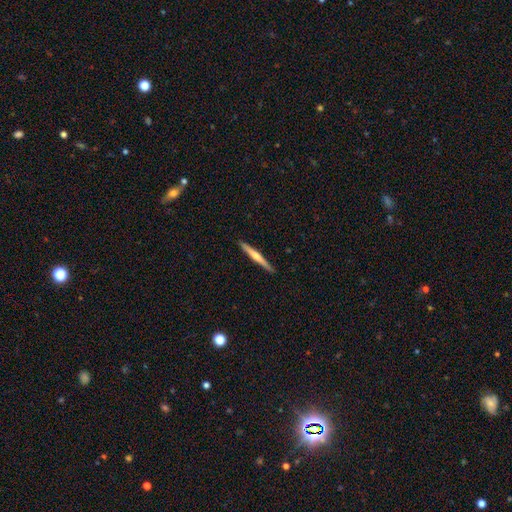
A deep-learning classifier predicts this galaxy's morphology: A featured or disk galaxy (59%) viewed edge-on (98%) with a rounded central bulge (69%).

Vote fractions:
- Smooth or featured? featured or disk: 59% / smooth: 36% / star or artifact: 5%
- Edge-on disk? yes: 98% / no: 2%
- Edge-on bulge? rounded: 69% / none: 24% / boxy: 6%
- Merging? none: 91% / minor disturbance: 6% / major disturbance: 1% / merger: 1%